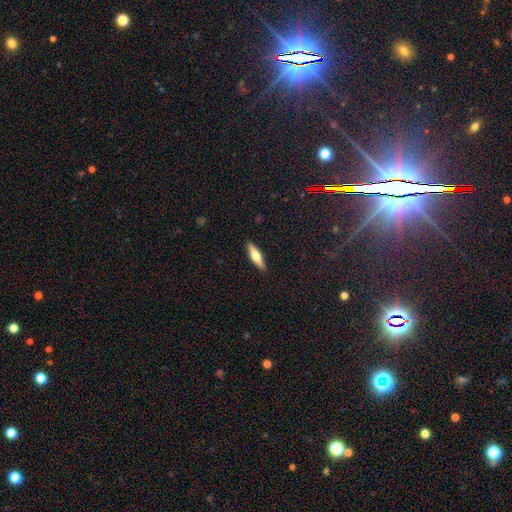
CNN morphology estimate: A featured or disk galaxy (50%) viewed edge-on (94%).

Vote fractions:
- Smooth or featured? featured or disk: 50% / smooth: 44% / star or artifact: 6%
- Edge-on disk? yes: 94% / no: 6%
- Merging? none: 91% / minor disturbance: 7% / major disturbance: 2% / merger: 1%